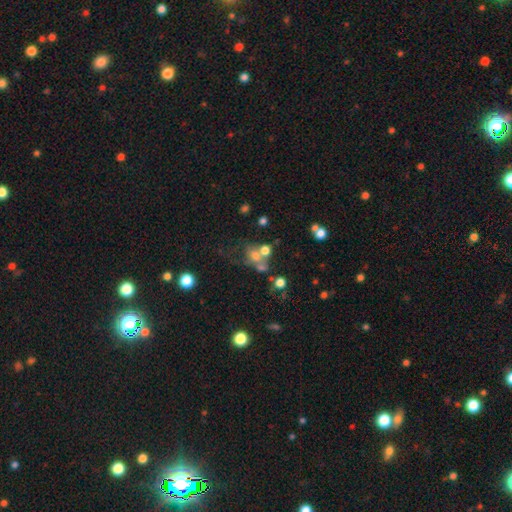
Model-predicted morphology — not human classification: Smooth or featured? smooth (57%)
How rounded? round (60%)
Merging? merger (41%)